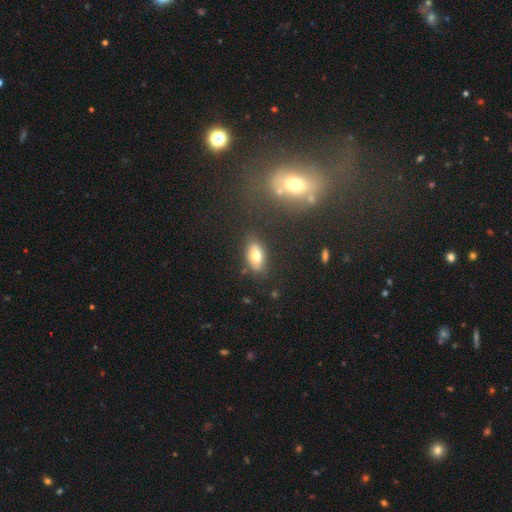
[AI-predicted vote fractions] The model was most divided on "smooth or featured": smooth: 70%, featured or disk: 21%, star or artifact: 9%. More confident: how rounded — in between (89%); merging — none (77%).